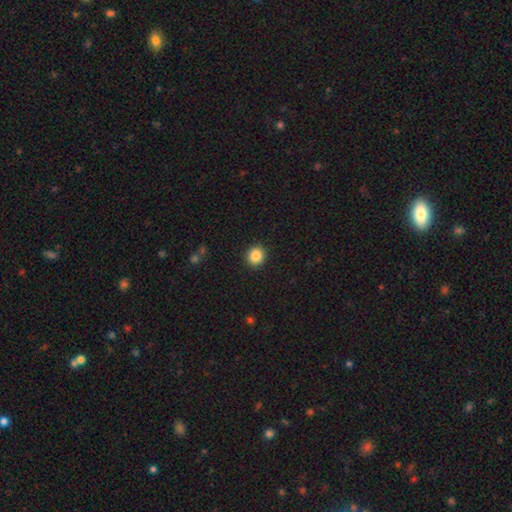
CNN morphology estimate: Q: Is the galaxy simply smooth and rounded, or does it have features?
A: smooth — 86%.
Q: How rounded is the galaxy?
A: round — 87%.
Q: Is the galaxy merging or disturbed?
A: none — 92%.